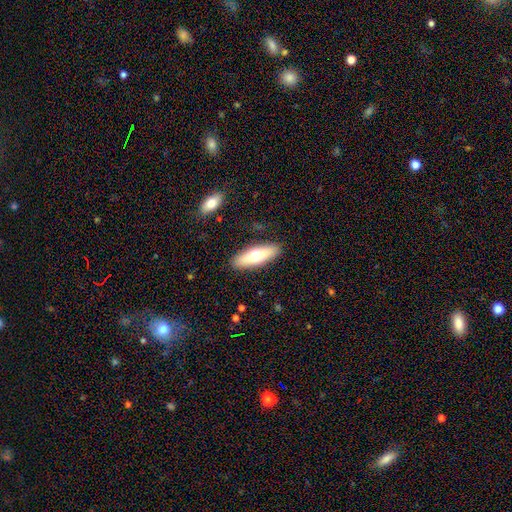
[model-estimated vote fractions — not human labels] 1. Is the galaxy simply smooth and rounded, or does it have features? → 63% smooth, 32% featured or disk, 6% star or artifact.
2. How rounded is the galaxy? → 50% in between, 47% cigar-shaped, 2% round.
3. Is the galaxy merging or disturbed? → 89% none, 8% minor disturbance, 2% major disturbance, 1% merger.